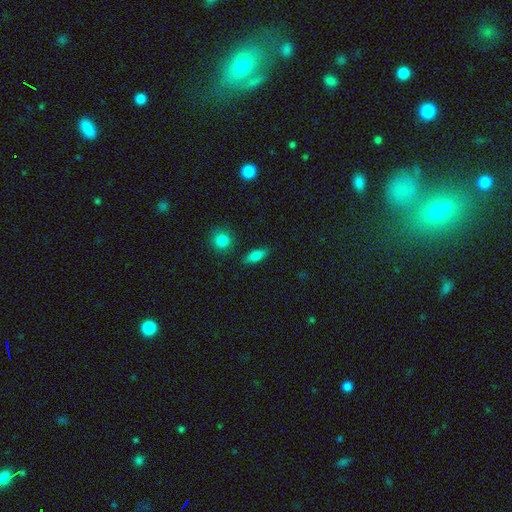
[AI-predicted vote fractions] The model was most divided on "how rounded": in between: 75%, cigar-shaped: 20%, round: 5%. More confident: merging — none (86%); smooth or featured — smooth (79%).